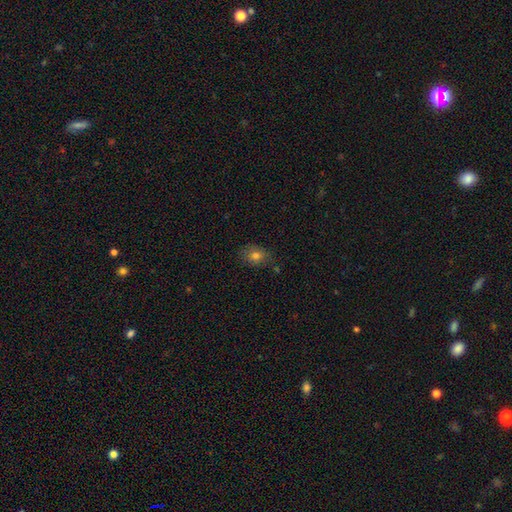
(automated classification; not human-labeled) smooth-or-featured: smooth: 77% | star or artifact: 13% | featured or disk: 10%
  how-rounded: in between: 55% | round: 44% | cigar-shaped: 1%
  merging: none: 76% | minor disturbance: 17% | major disturbance: 4% | merger: 3%